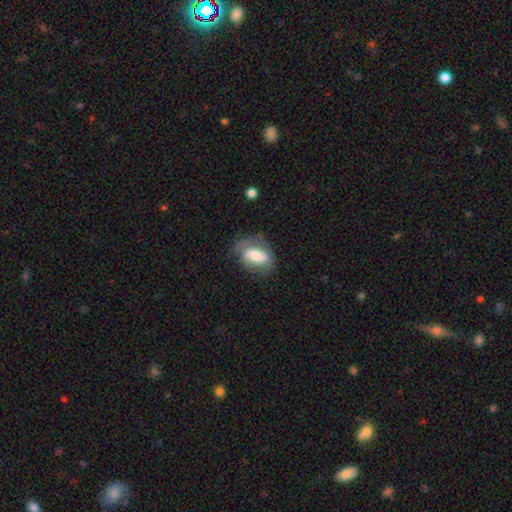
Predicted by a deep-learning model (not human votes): Q: Smooth or featured?
A: smooth (53%); runner-up: featured or disk (40%)
Q: How rounded?
A: in between (83%); runner-up: round (13%)
Q: Merging?
A: none (51%); runner-up: minor disturbance (28%)